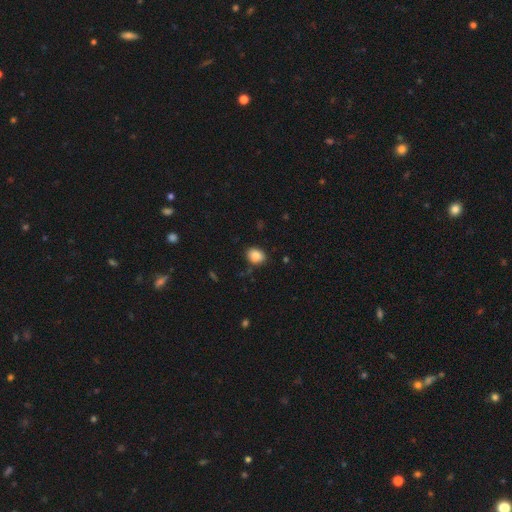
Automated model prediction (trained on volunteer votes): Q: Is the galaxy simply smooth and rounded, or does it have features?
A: smooth — 86%.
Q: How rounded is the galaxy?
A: in between — 59%.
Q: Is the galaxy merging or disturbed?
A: none — 81%.